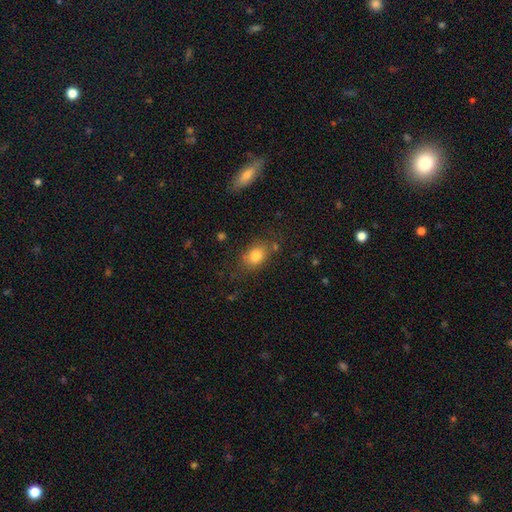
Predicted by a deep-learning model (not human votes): The model was most divided on "how rounded": in between: 74%, round: 24%, cigar-shaped: 2%. More confident: smooth or featured — smooth (81%); merging — none (71%).